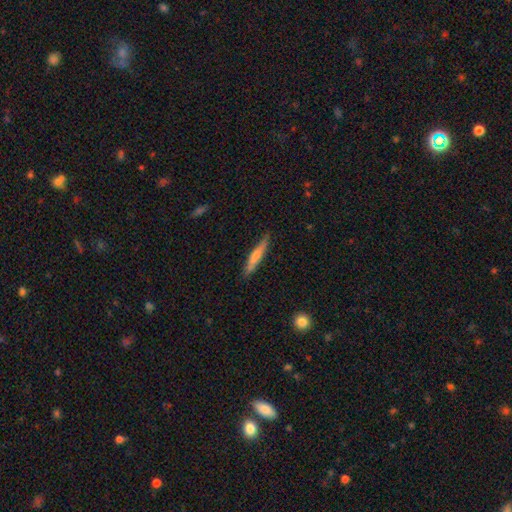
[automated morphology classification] type=featured or disk (47%); merging=none (88%).